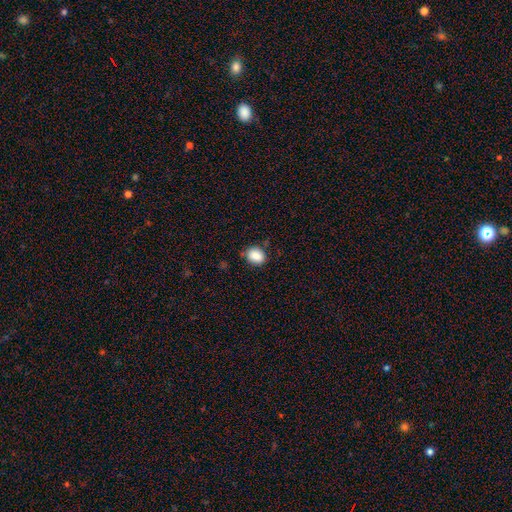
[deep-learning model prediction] smooth 87%, star or artifact 8%, featured or disk 4%. Down the decision tree: how rounded — in between (58%); merging — none (78%).